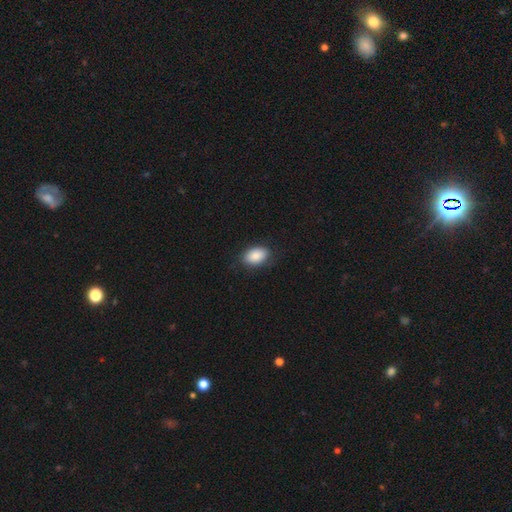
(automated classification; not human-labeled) Overall: smooth (87%). How rounded: in between (89%). Merging: none (80%).